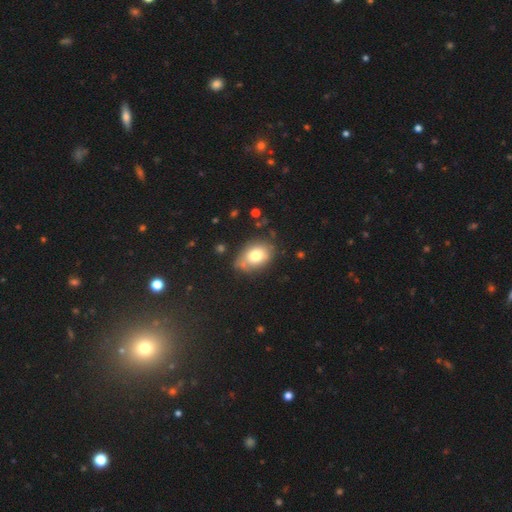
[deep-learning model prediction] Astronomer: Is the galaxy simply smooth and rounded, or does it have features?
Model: smooth — 76%.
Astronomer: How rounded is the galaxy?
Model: in between — 77%.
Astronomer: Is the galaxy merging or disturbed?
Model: none — 69%.